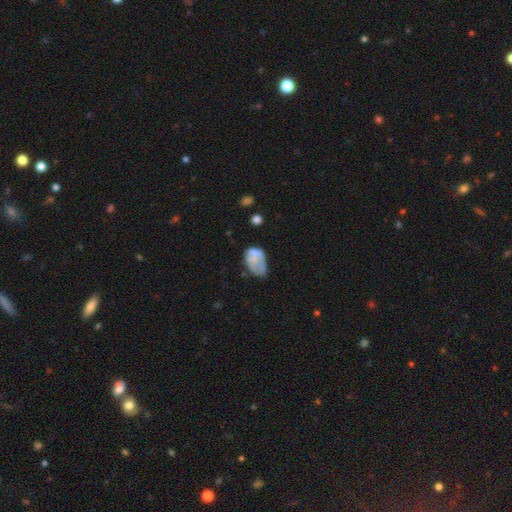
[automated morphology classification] Q: Smooth or featured?
A: smooth (63%); runner-up: featured or disk (28%)
Q: How rounded?
A: in between (88%); runner-up: round (11%)
Q: Merging?
A: minor disturbance (36%); runner-up: none (31%)